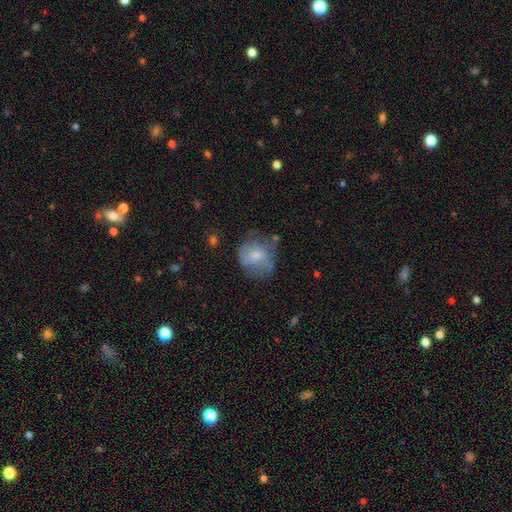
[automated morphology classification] A smooth galaxy with no disk features (62%) that is round (67%).

Vote fractions:
- Smooth or featured? smooth: 62% / featured or disk: 29% / star or artifact: 9%
- How rounded? round: 67% / in between: 32% / cigar-shaped: 1%
- Merging? none: 47% / minor disturbance: 30% / major disturbance: 19% / merger: 4%